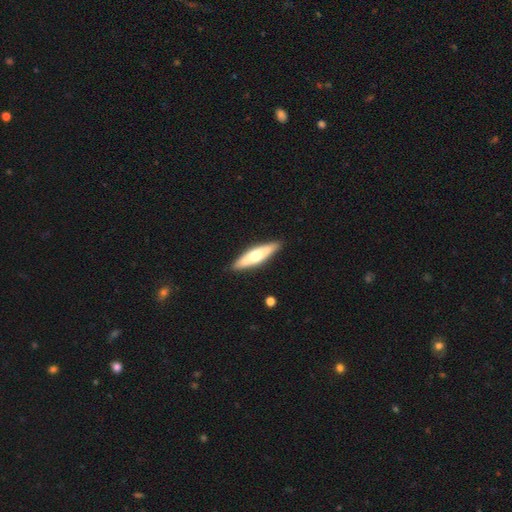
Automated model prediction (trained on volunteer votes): Smooth or featured?
  - featured or disk: 48% *
  - smooth: 47%
  - star or artifact: 5%
Merging?
  - none: 89% *
  - minor disturbance: 8%
  - major disturbance: 2%
  - merger: 1%